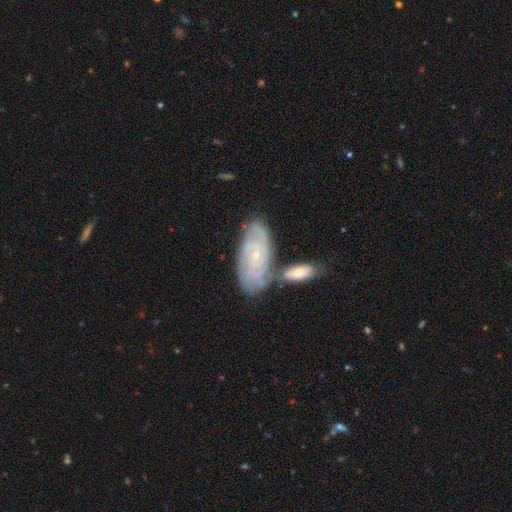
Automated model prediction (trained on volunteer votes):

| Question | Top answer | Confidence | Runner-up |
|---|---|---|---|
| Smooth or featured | featured or disk | 80% | smooth (14%) |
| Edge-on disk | no | 94% | yes (6%) |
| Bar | no | 72% | weak (23%) |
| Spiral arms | yes | 94% | no (6%) |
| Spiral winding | tight | 74% | medium (21%) |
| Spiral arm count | can't tell | 38% | 2 (27%) |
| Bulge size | small | 82% | moderate (14%) |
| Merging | none | 60% | merger (22%) |